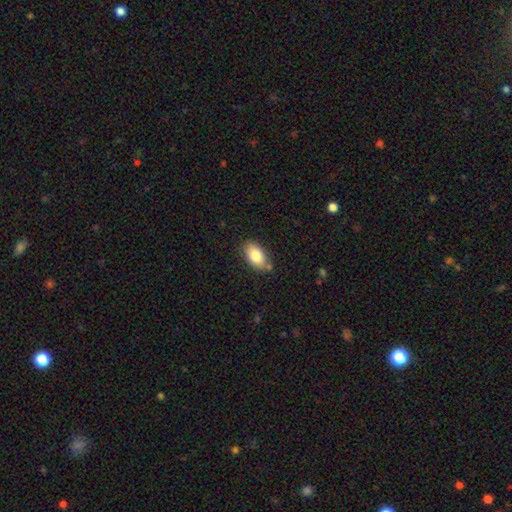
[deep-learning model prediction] This appears to be a smooth galaxy with no disk features (82%) that is in between round and cigar-shaped (92%). Merging: none (77%).